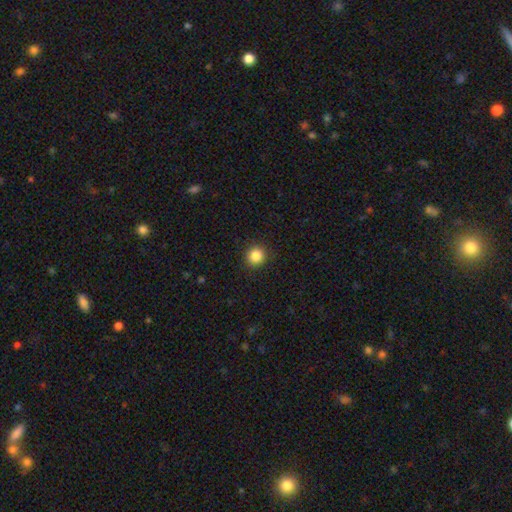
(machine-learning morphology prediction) Overall: smooth (86%). How rounded: round (93%). Merging: none (92%).